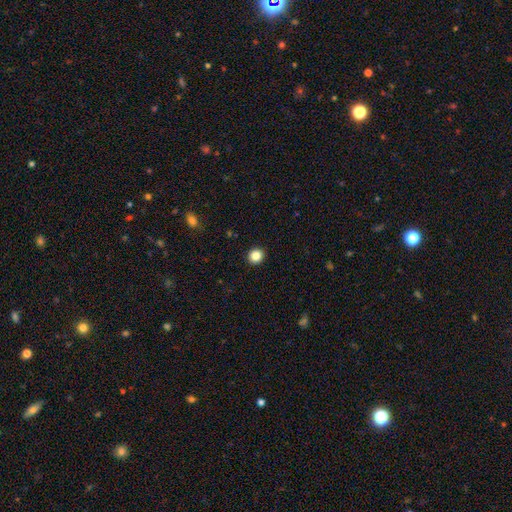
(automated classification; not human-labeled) This appears to be a smooth galaxy with no disk features (85%) that is round (90%). Merging: none (93%).